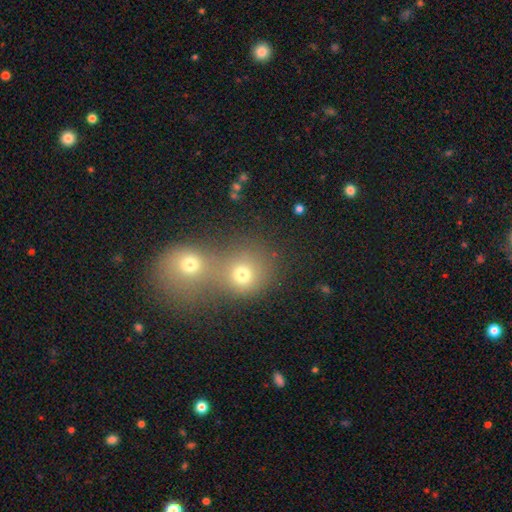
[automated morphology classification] Smooth or featured? Predicted: smooth (p=0.61). How rounded? Predicted: round (p=0.83). Merging? Predicted: merger (p=0.61).